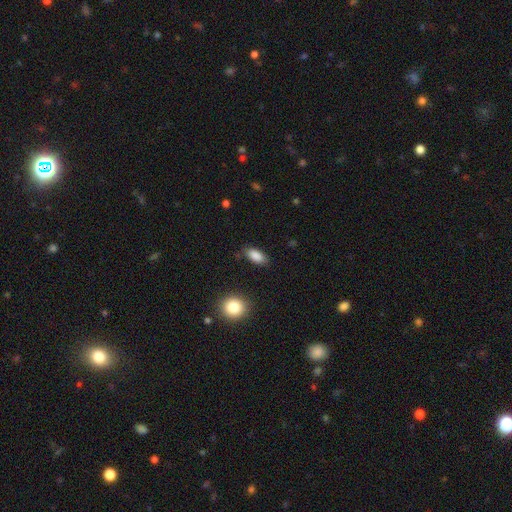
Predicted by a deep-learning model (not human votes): smooth 87%, star or artifact 8%, featured or disk 5%. Down the decision tree: how rounded — in between (89%); merging — none (82%).